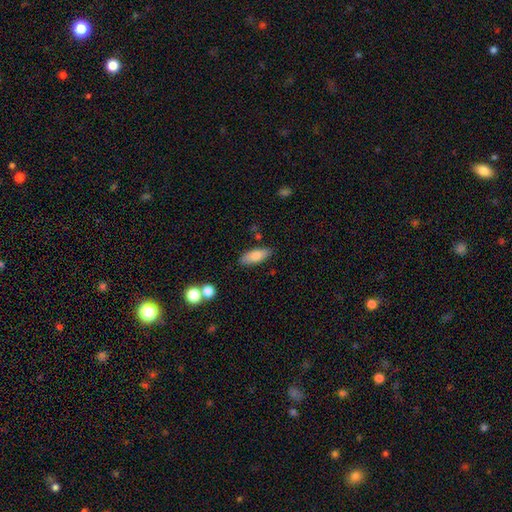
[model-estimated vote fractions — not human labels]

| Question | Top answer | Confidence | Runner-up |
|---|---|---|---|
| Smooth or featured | smooth | 78% | featured or disk (15%) |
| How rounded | in between | 72% | cigar-shaped (26%) |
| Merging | none | 81% | minor disturbance (12%) |